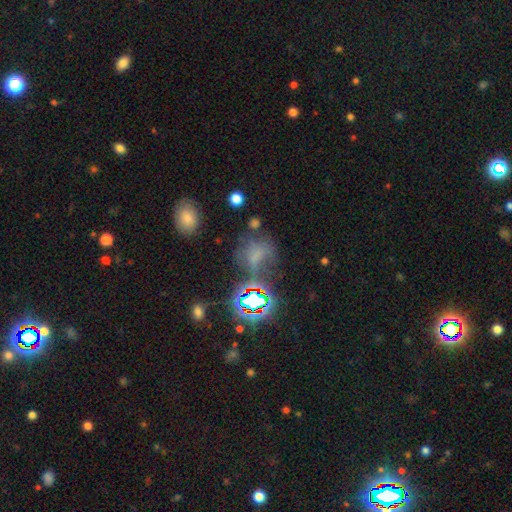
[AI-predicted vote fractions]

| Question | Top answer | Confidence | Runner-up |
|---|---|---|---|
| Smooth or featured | smooth | 40% | star or artifact (39%) |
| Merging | none | 41% | major disturbance (26%) |